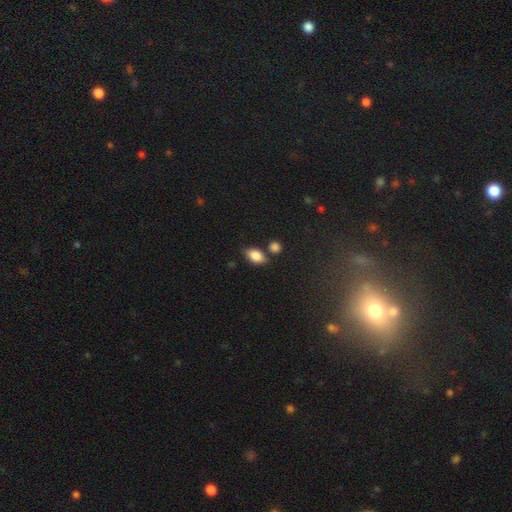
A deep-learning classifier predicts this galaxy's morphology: A smooth galaxy with no disk features (85%) that is in between round and cigar-shaped (89%). Merging: none (70%).